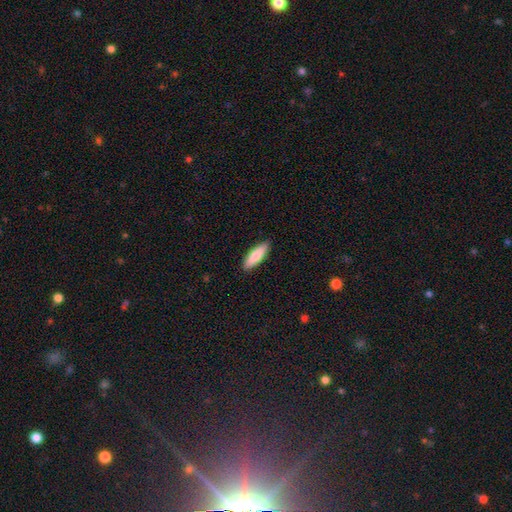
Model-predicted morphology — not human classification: This is clearly a smooth galaxy (82%). How rounded: possibly cigar-shaped (57%). Merging: clearly none (90%).